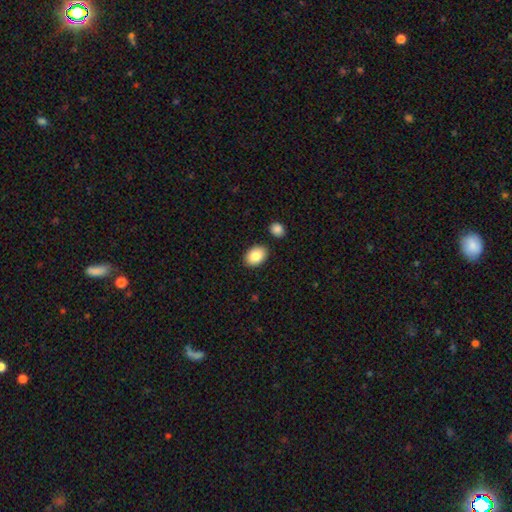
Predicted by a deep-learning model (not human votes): Smooth or featured?
  - smooth: 85% *
  - featured or disk: 8%
  - star or artifact: 7%
How rounded?
  - in between: 82% *
  - round: 17%
  - cigar-shaped: 1%
Merging?
  - none: 88% *
  - minor disturbance: 7%
  - merger: 3%
  - major disturbance: 2%